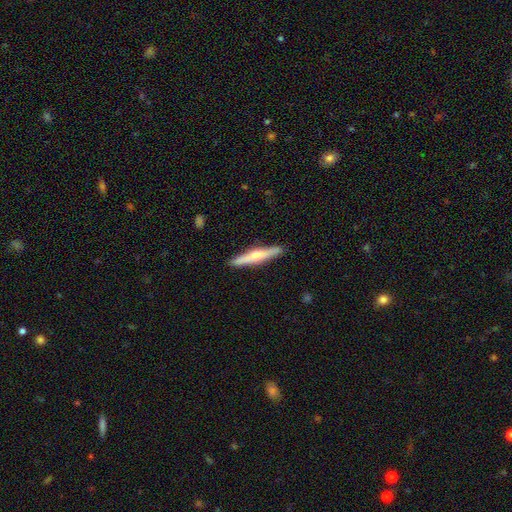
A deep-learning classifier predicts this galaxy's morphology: type=featured or disk (55%); edge-on=yes (96%); edge-on bulge=rounded (82%); merging=none (91%).